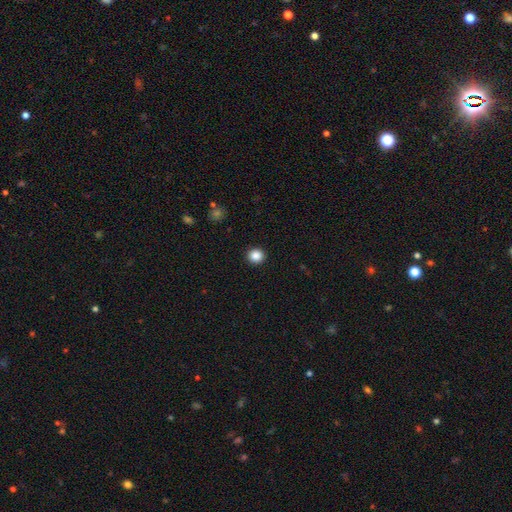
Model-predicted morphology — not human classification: smooth-or-featured: smooth: 87% | star or artifact: 10% | featured or disk: 3%
  how-rounded: round: 89% | in between: 10% | cigar-shaped: 1%
  merging: none: 93% | minor disturbance: 4% | major disturbance: 2% | merger: 1%